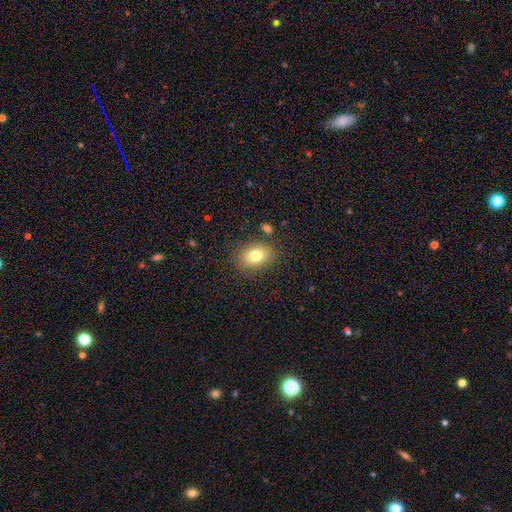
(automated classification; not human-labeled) Smooth or featured? smooth (79%)
How rounded? in between (70%)
Merging? none (81%)